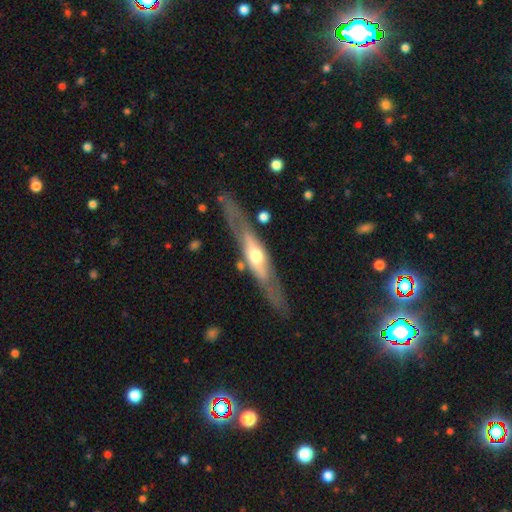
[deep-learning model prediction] Smooth or featured?
  - featured or disk: 70% *
  - smooth: 25%
  - star or artifact: 5%
Edge-on disk?
  - yes: 73% *
  - no: 27%
Edge-on bulge?
  - rounded: 87% *
  - none: 9%
  - boxy: 4%
Merging?
  - none: 74% *
  - minor disturbance: 16%
  - major disturbance: 6%
  - merger: 4%